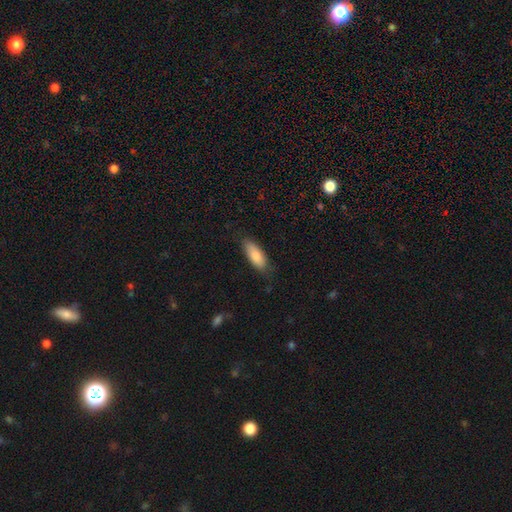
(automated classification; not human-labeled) smooth_or_featured: smooth (p=0.86) [alt: featured or disk p=0.09]
how_rounded: in between (p=0.73) [alt: cigar-shaped p=0.25]
merging: none (p=0.78) [alt: minor disturbance p=0.18]